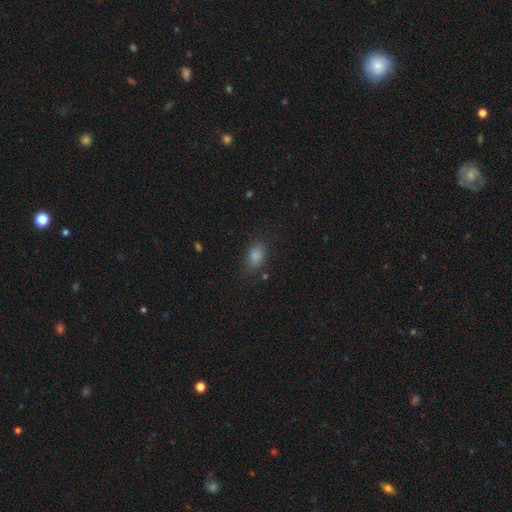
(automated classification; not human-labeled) This appears to be a smooth galaxy with no disk features (85%) that is in between round and cigar-shaped (83%). Merging: none (74%).